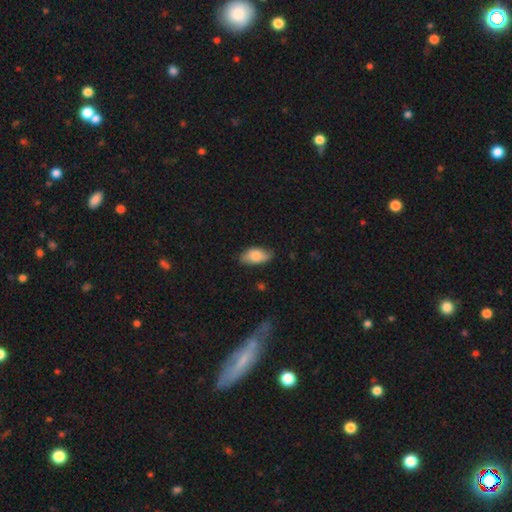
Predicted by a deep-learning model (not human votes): Smooth or featured?
  - smooth: 83% *
  - featured or disk: 11%
  - star or artifact: 6%
How rounded?
  - in between: 93% *
  - cigar-shaped: 5%
  - round: 3%
Merging?
  - none: 77% *
  - minor disturbance: 19%
  - major disturbance: 3%
  - merger: 1%